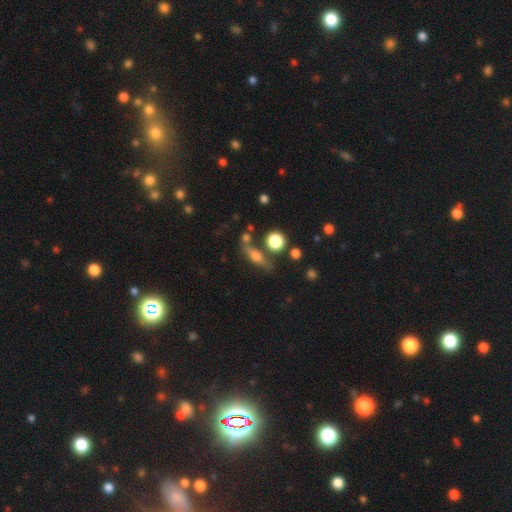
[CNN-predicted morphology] Smooth or featured? Predicted: smooth (p=0.52). How rounded? Predicted: cigar-shaped (p=0.44). Merging? Predicted: none (p=0.64).